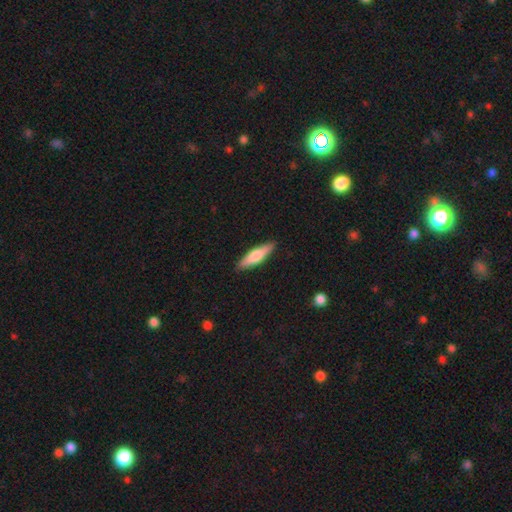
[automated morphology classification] Q: Smooth or featured?
A: smooth (67%); runner-up: featured or disk (27%)
Q: How rounded?
A: cigar-shaped (72%); runner-up: in between (26%)
Q: Merging?
A: none (89%); runner-up: minor disturbance (8%)